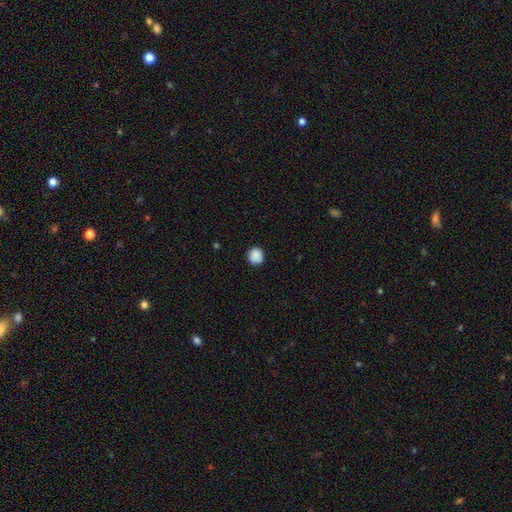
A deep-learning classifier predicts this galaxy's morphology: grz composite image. It shows a smooth galaxy with no disk features (88%) that is round (91%). Merging: none (88%).